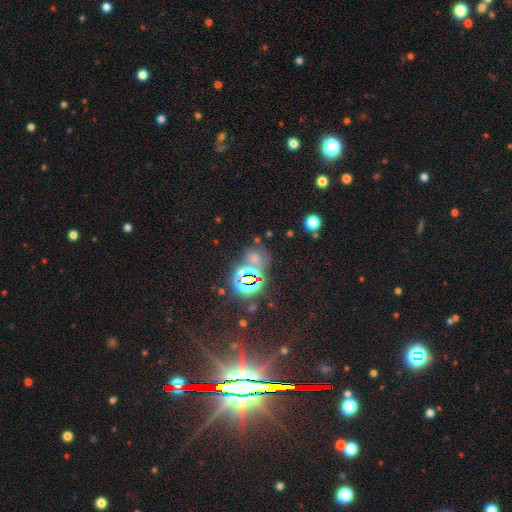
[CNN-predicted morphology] Smooth or featured? star or artifact (55%)